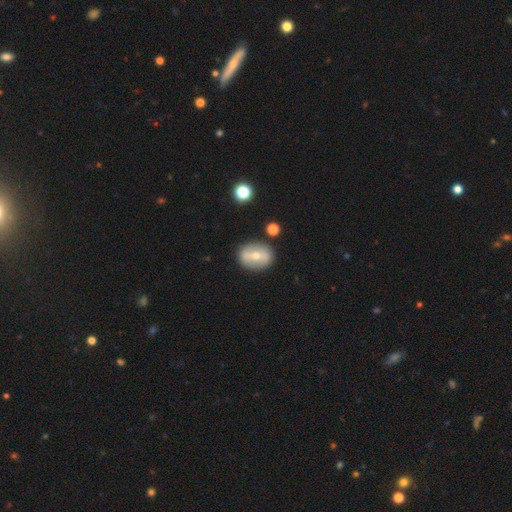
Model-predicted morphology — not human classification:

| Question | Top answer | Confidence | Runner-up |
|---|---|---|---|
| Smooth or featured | featured or disk | 49% | smooth (43%) |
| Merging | none | 84% | minor disturbance (10%) |